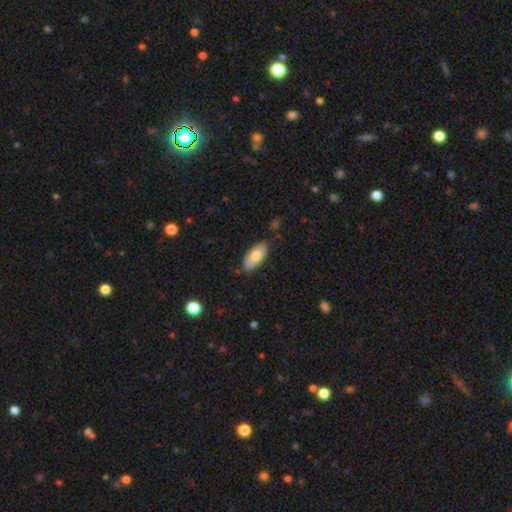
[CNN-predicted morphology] Overall: smooth (76%). How rounded: in between (90%). Merging: none (79%).